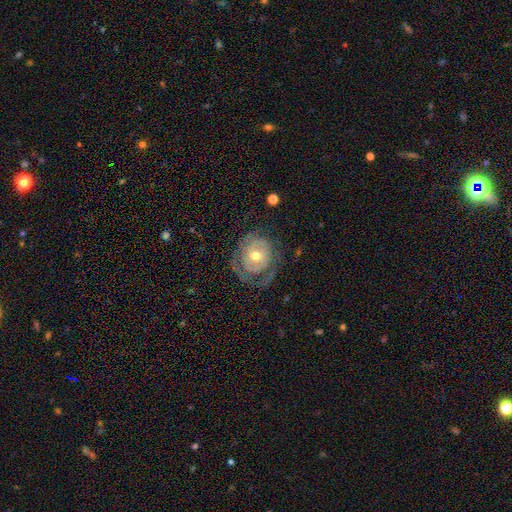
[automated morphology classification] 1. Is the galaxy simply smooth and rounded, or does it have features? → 72% featured or disk, 21% smooth, 6% star or artifact.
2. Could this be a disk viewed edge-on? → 96% no, 4% yes.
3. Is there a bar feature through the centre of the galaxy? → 76% no, 19% weak, 6% strong.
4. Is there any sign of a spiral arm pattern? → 72% yes, 28% no.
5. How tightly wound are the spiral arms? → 62% tight, 25% medium, 13% loose.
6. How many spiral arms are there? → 36% can't tell, 29% 2, 20% 1, 9% 3, 3% 4, 3% more than 4.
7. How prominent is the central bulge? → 68% moderate, 26% small, 4% large, 1% dominant, 1% none.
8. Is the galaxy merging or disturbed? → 55% none, 23% major disturbance, 20% minor disturbance, 2% merger.